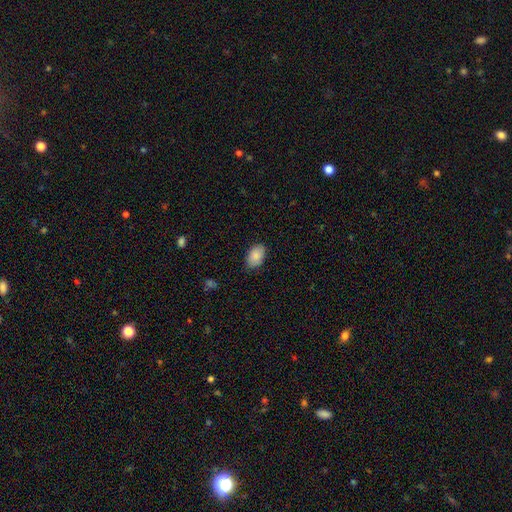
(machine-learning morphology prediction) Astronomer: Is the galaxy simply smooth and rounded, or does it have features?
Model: smooth — 88%.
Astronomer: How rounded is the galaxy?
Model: in between — 90%.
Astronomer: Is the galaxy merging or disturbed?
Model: none — 83%.